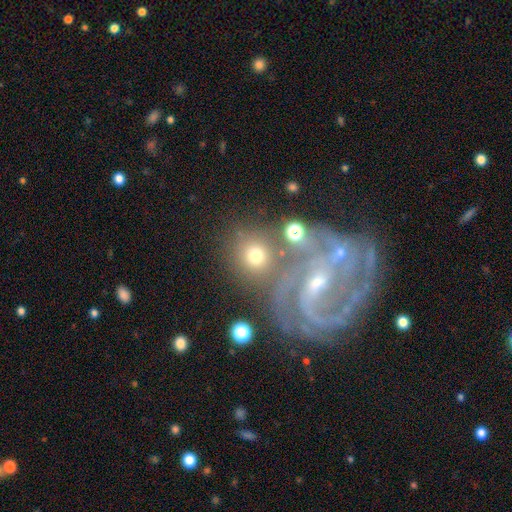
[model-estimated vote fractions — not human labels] smooth_or_featured: smooth (p=0.60) [alt: featured or disk p=0.23]
how_rounded: round (p=0.81) [alt: in between p=0.17]
merging: none (p=0.56) [alt: merger p=0.24]